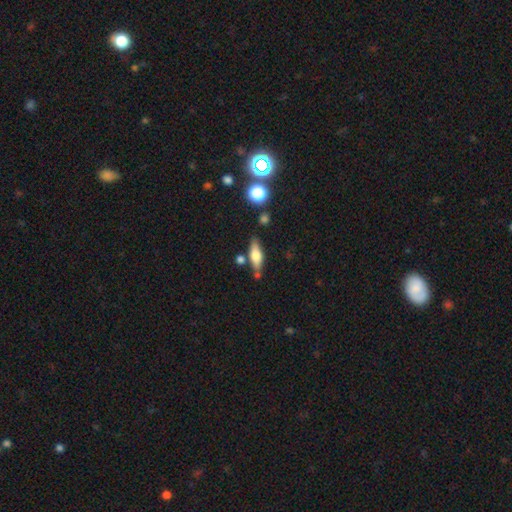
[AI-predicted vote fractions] This is possibly a smooth galaxy (58%). How rounded: possibly in between (58%). Merging: likely none (73%).